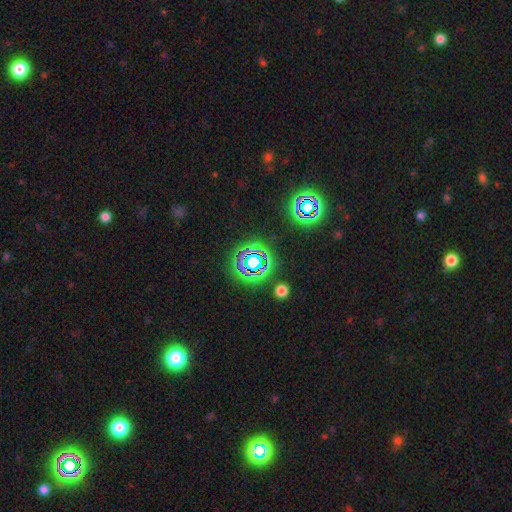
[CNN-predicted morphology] Overall: star or artifact (67%).